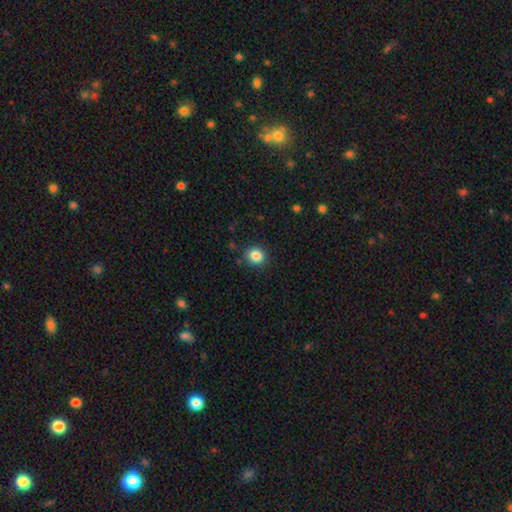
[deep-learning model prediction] Overall: smooth (85%). How rounded: round (82%). Merging: none (88%).